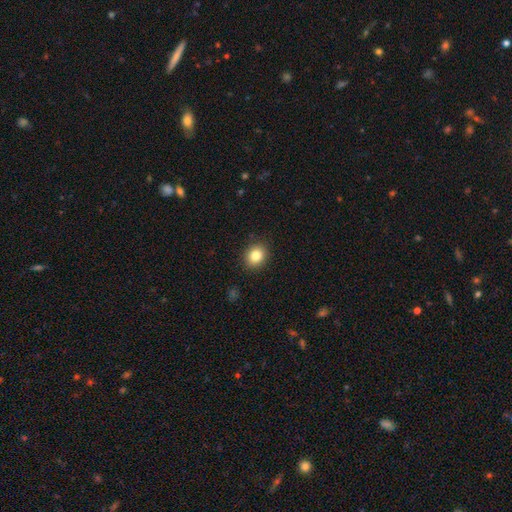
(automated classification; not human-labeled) smooth-or-featured: smooth: 83% | star or artifact: 10% | featured or disk: 7%
  how-rounded: round: 66% | in between: 33% | cigar-shaped: 1%
  merging: none: 90% | minor disturbance: 7% | major disturbance: 2% | merger: 1%